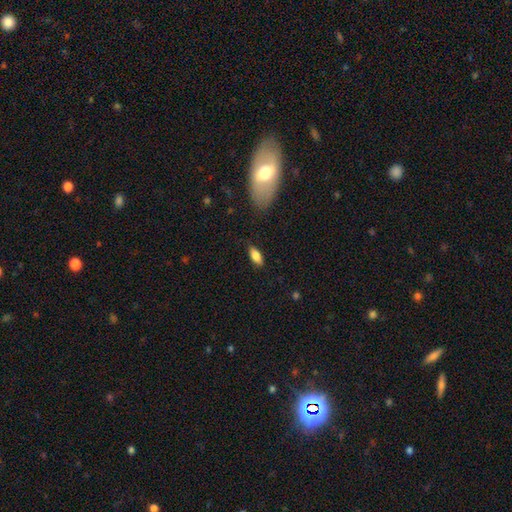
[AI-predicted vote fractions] Smooth or featured? Predicted: smooth (p=0.81). How rounded? Predicted: in between (p=0.81). Merging? Predicted: none (p=0.84).